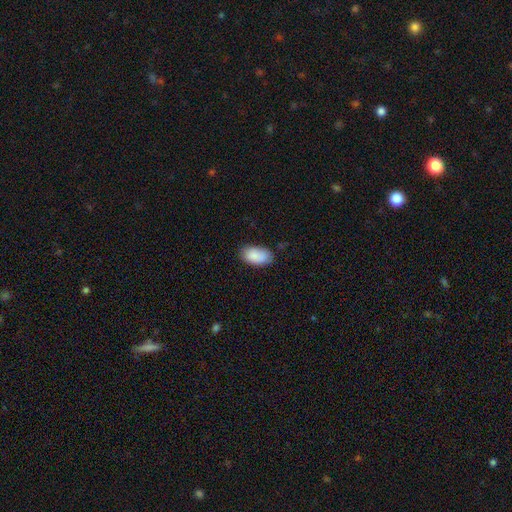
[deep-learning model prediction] Q: Smooth or featured?
A: smooth (88%); runner-up: star or artifact (7%)
Q: How rounded?
A: in between (94%); runner-up: round (4%)
Q: Merging?
A: none (77%); runner-up: minor disturbance (18%)